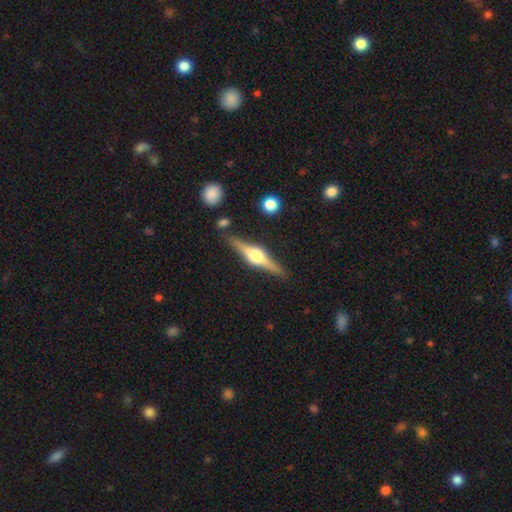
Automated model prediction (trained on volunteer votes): Smooth or featured? featured or disk (82%)
Edge-on disk? yes (98%)
Edge-on bulge? rounded (93%)
Merging? none (87%)